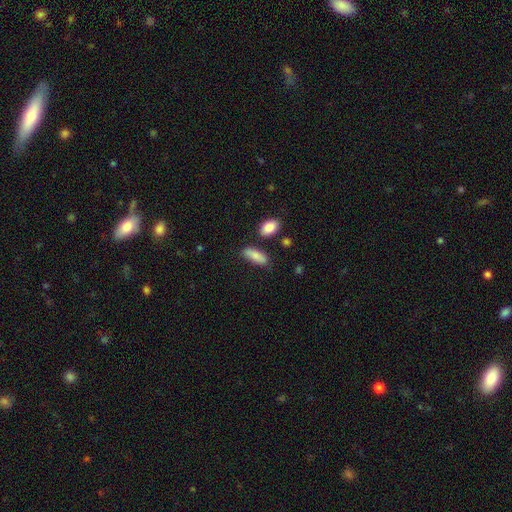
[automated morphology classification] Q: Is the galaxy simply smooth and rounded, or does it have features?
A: smooth — 85%.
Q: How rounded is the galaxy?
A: in between — 74%.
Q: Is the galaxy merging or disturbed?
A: none — 71%.